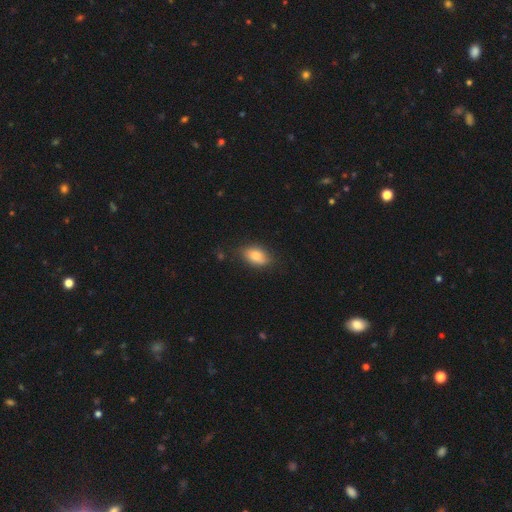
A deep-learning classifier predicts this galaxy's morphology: smooth-or-featured: smooth: 82% | featured or disk: 10% | star or artifact: 7%
  how-rounded: in between: 88% | round: 9% | cigar-shaped: 3%
  merging: none: 76% | minor disturbance: 19% | major disturbance: 4% | merger: 2%